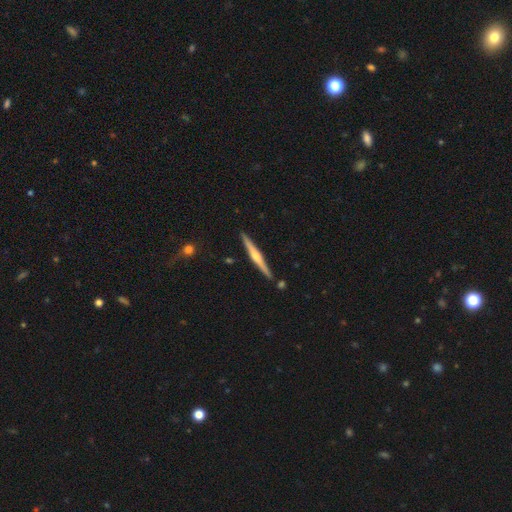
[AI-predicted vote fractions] Morphology: type=featured or disk (73%); edge-on=yes (98%); edge-on bulge=rounded (85%); merging=none (89%).